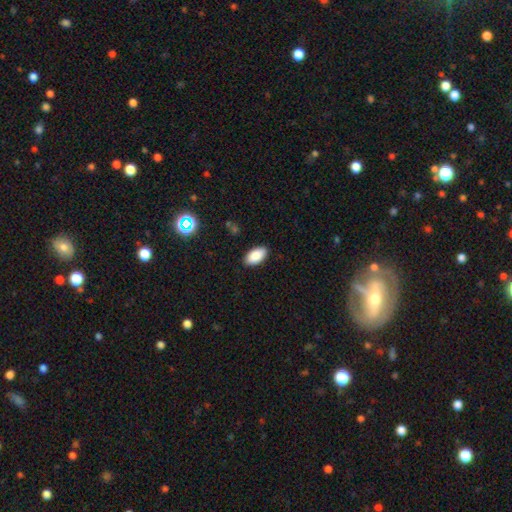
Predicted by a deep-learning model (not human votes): smooth_or_featured: smooth (p=0.88) [alt: star or artifact p=0.07]
how_rounded: in between (p=0.95) [alt: round p=0.03]
merging: none (p=0.88) [alt: minor disturbance p=0.09]